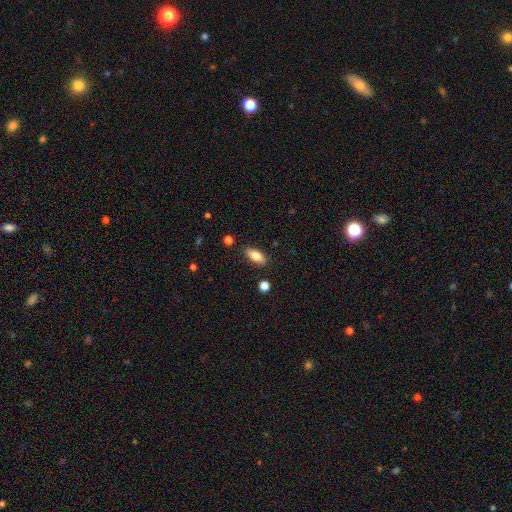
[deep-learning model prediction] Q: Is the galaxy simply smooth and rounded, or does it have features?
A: smooth — 81%.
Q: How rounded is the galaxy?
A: in between — 84%.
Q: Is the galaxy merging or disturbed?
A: none — 86%.